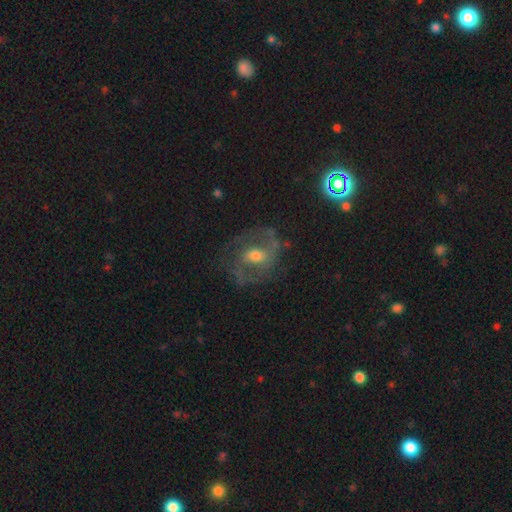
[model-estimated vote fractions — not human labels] A featured or disk galaxy (79%) with a weak bar (49%), 2 (80%) medium (53%) spiral arms (87%) and a moderate central bulge (65%).

Vote fractions:
- Smooth or featured? featured or disk: 79% / smooth: 13% / star or artifact: 8%
- Edge-on disk? no: 97% / yes: 3%
- Bar? weak: 49% / no: 32% / strong: 18%
- Spiral arms? yes: 87% / no: 13%
- Spiral winding? medium: 53% / loose: 25% / tight: 22%
- Spiral arm count? 2: 80% / can't tell: 10% / 1: 3% / 3: 3% / 4: 2% / more than 4: 1%
- Bulge size? moderate: 65% / small: 26% / large: 7% / none: 2% / dominant: 1%
- Merging? none: 67% / minor disturbance: 19% / major disturbance: 13% / merger: 2%